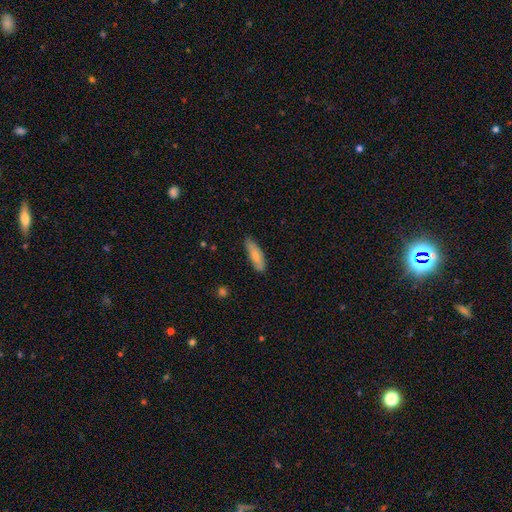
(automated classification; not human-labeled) This appears to be a smooth galaxy with no disk features (79%) that is in between round and cigar-shaped (50%). Merging: none (77%).